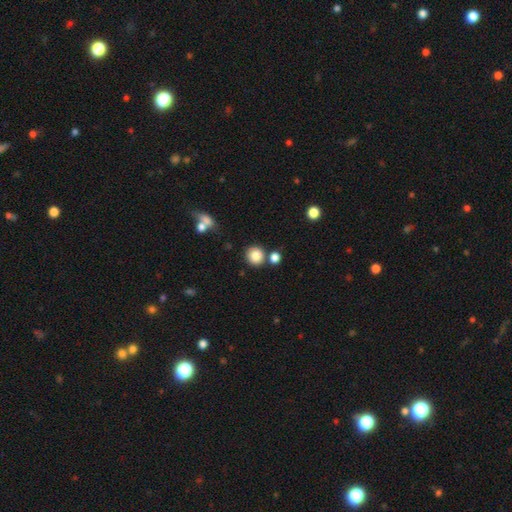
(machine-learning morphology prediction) Q: Smooth or featured?
A: smooth (84%); runner-up: star or artifact (10%)
Q: How rounded?
A: round (89%); runner-up: in between (10%)
Q: Merging?
A: none (76%); runner-up: merger (13%)